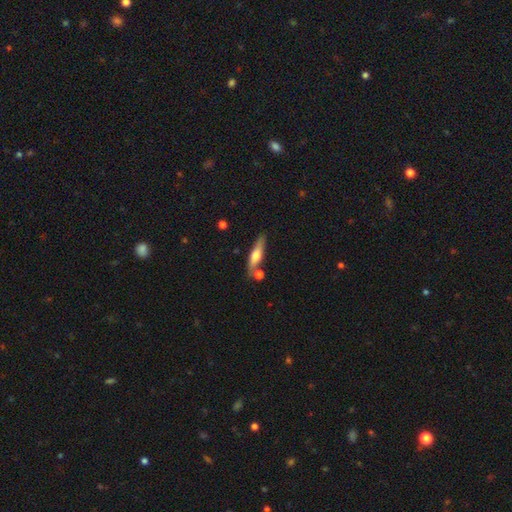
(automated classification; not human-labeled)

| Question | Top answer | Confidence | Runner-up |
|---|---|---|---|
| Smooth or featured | smooth | 48% | featured or disk (46%) |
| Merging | none | 74% | minor disturbance (13%) |